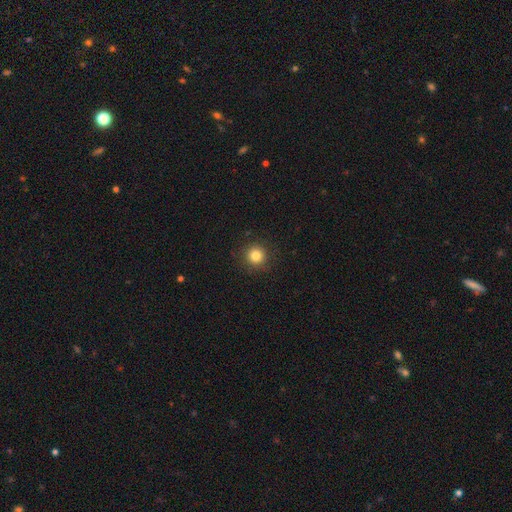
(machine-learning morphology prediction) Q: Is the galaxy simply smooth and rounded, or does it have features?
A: smooth — 82%.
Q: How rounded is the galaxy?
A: round — 95%.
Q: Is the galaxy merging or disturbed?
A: none — 91%.